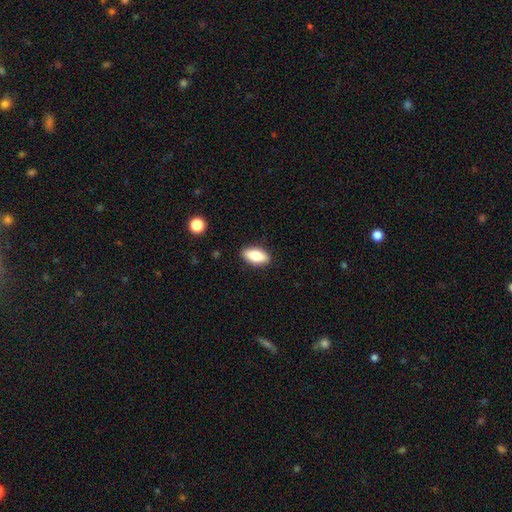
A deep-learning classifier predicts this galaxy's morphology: Smooth or featured?
  - smooth: 79% *
  - featured or disk: 14%
  - star or artifact: 7%
How rounded?
  - in between: 87% *
  - cigar-shaped: 10%
  - round: 3%
Merging?
  - none: 88% *
  - minor disturbance: 9%
  - major disturbance: 2%
  - merger: 1%